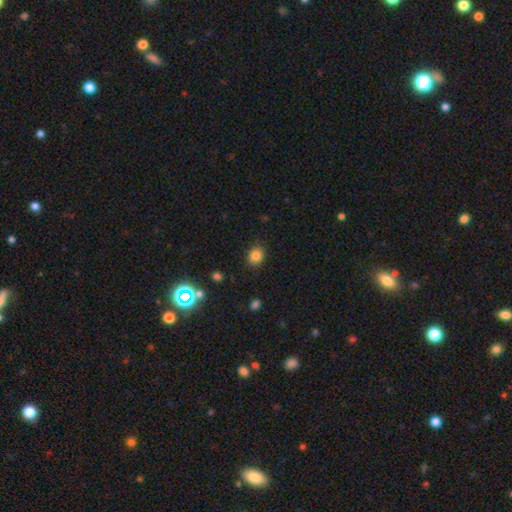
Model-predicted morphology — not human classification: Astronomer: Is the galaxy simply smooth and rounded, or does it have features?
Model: smooth — 81%.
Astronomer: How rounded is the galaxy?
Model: round — 65%.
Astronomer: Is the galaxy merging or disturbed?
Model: none — 87%.